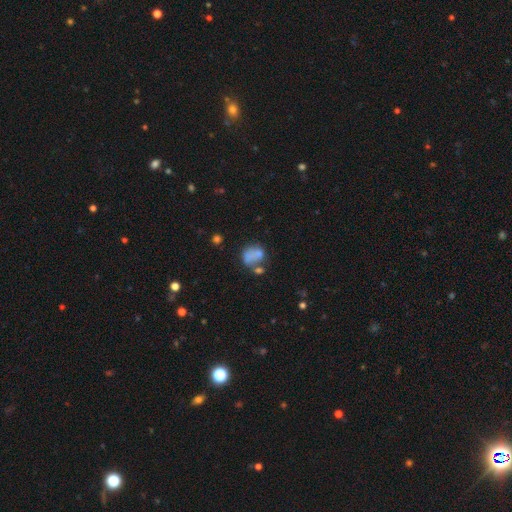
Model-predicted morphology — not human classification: Q: Smooth or featured?
A: smooth (65%); runner-up: featured or disk (23%)
Q: How rounded?
A: round (55%); runner-up: in between (43%)
Q: Merging?
A: none (35%); runner-up: merger (26%)